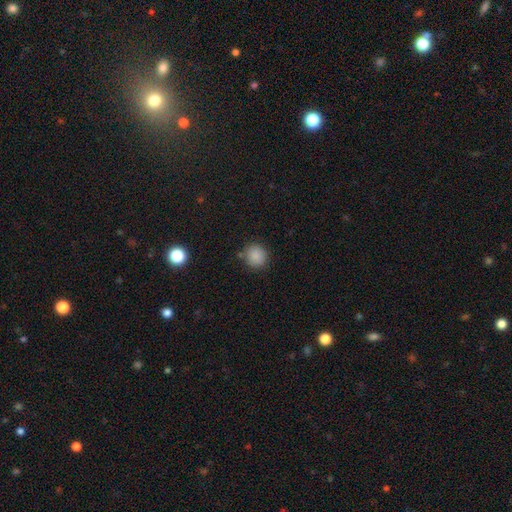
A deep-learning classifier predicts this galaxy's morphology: A smooth galaxy with no disk features (86%) that is round (89%). Merging: none (84%).